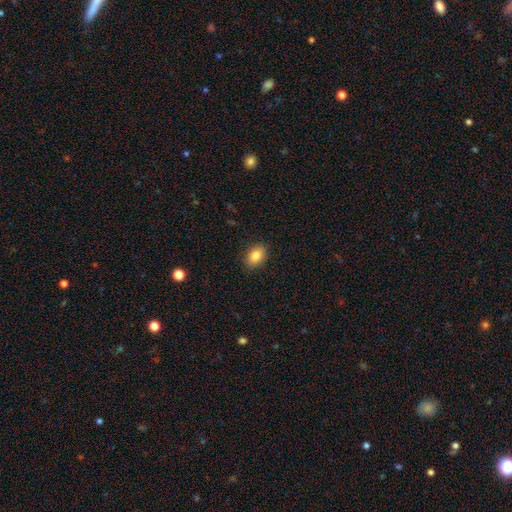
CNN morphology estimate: Q: Smooth or featured?
A: smooth (84%); runner-up: star or artifact (8%)
Q: How rounded?
A: in between (82%); runner-up: round (16%)
Q: Merging?
A: none (88%); runner-up: minor disturbance (8%)